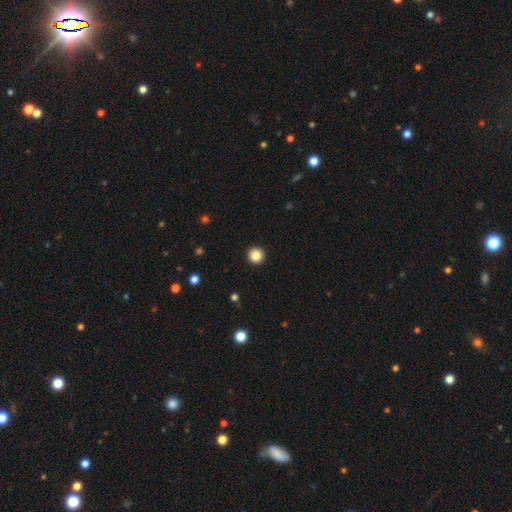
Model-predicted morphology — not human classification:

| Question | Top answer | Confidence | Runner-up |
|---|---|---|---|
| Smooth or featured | smooth | 86% | star or artifact (11%) |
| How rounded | round | 96% | in between (3%) |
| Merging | none | 94% | minor disturbance (4%) |